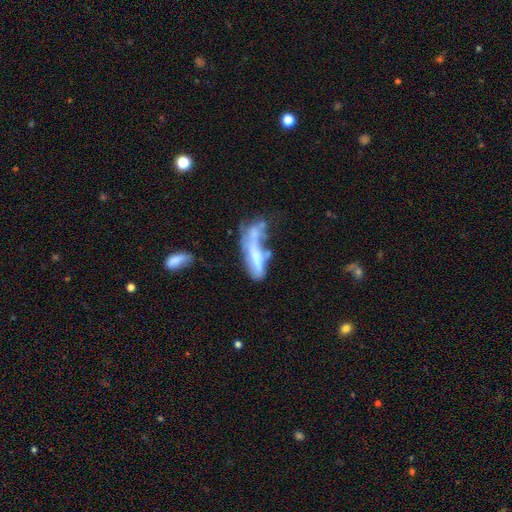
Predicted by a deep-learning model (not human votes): smooth 44% (tied), featured or disk 44% (tied), star or artifact 11%. Down the decision tree: merging — merger (34%).